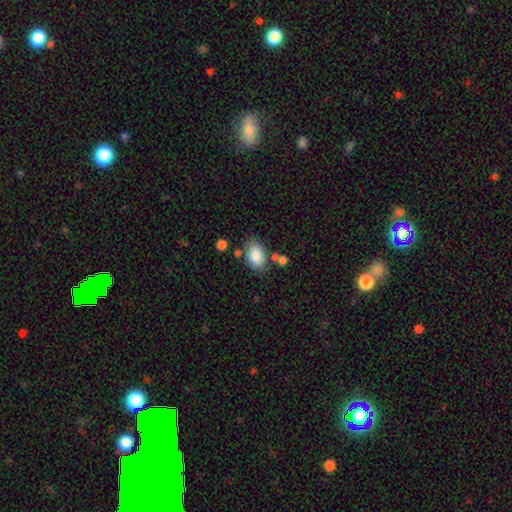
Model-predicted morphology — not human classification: This is clearly a smooth galaxy (86%). How rounded: clearly in between (88%). Merging: likely none (70%).